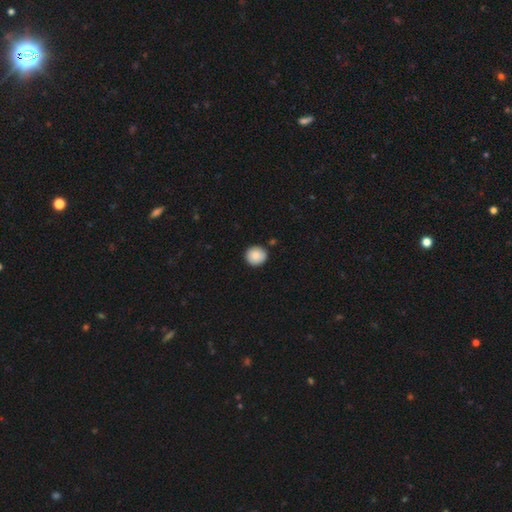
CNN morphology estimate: smooth 88%, star or artifact 8%, featured or disk 4%. Down the decision tree: how rounded — round (91%); merging — none (90%).